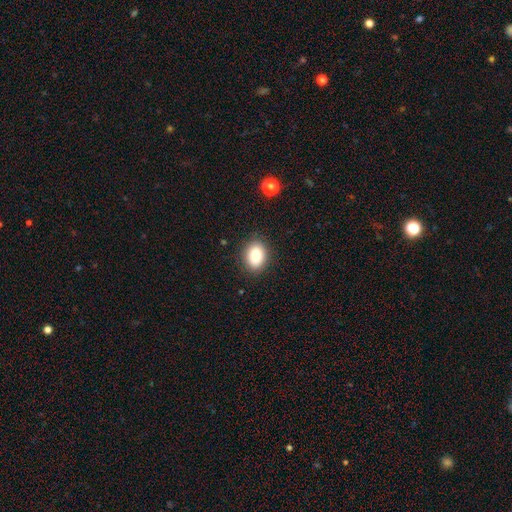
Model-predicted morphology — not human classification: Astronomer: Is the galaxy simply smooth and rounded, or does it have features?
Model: smooth — 85%.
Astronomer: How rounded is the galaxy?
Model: in between — 72%.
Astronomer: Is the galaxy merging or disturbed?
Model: none — 87%.